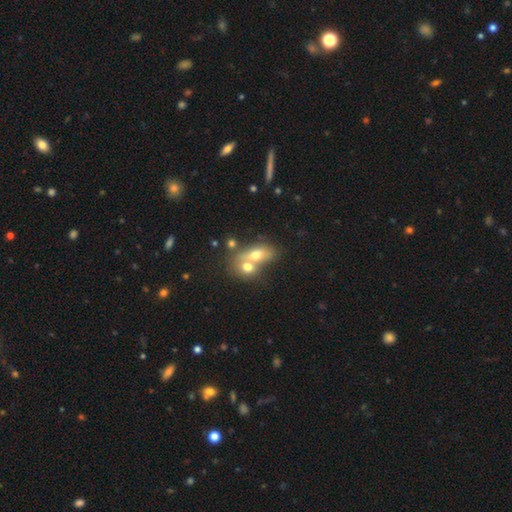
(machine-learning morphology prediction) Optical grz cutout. It shows a smooth galaxy with no disk features (64%) that is in between round and cigar-shaped (70%). Merging: merger (67%).